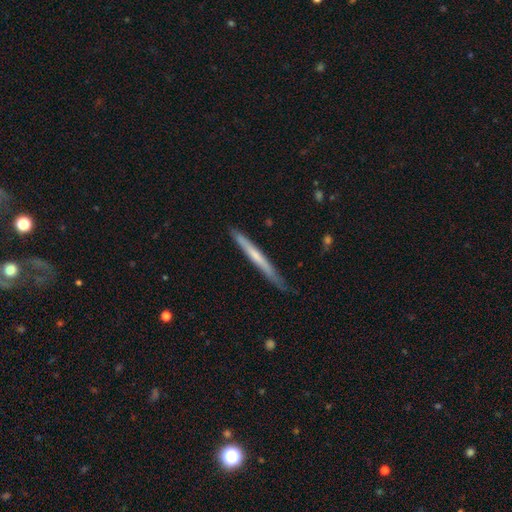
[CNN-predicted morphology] This is possibly a featured or disk galaxy (48%). Merging: clearly none (81%).